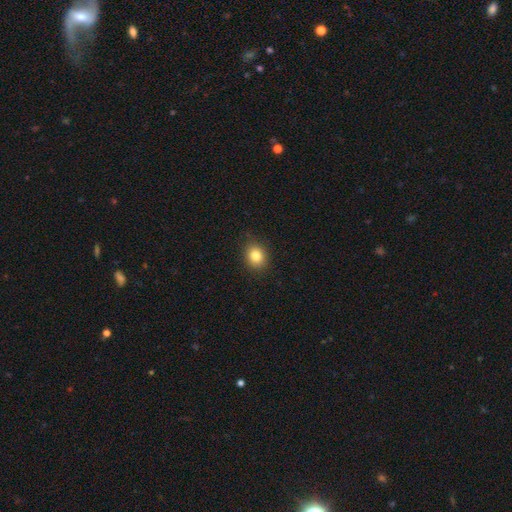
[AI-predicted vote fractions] smooth 83%, star or artifact 11%, featured or disk 7%. Down the decision tree: how rounded — round (63%); merging — none (88%).